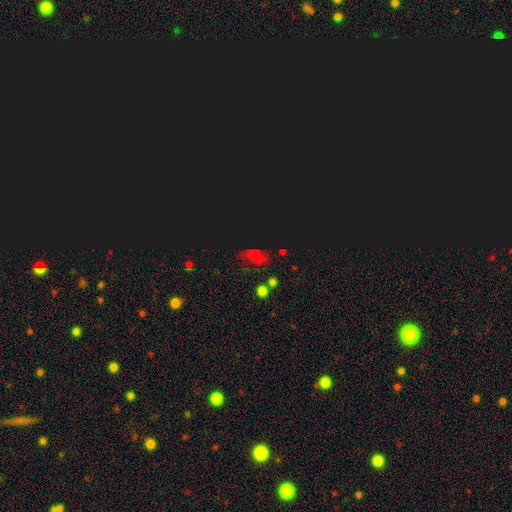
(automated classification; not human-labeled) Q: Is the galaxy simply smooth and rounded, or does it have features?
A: star or artifact — 54%.